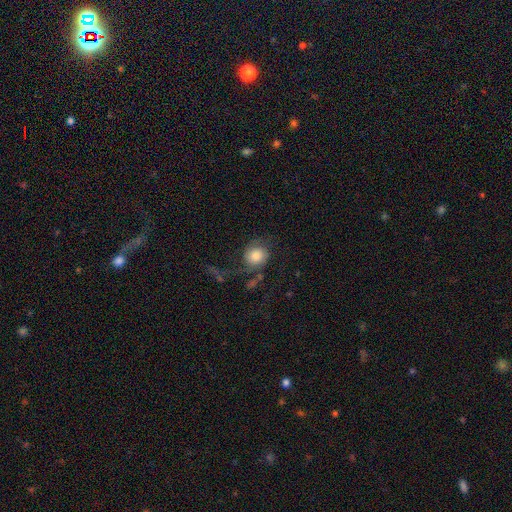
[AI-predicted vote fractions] smooth_or_featured: smooth (p=0.55) [alt: featured or disk p=0.36]
how_rounded: round (p=0.79) [alt: in between p=0.19]
merging: none (p=0.40) [alt: major disturbance p=0.35]